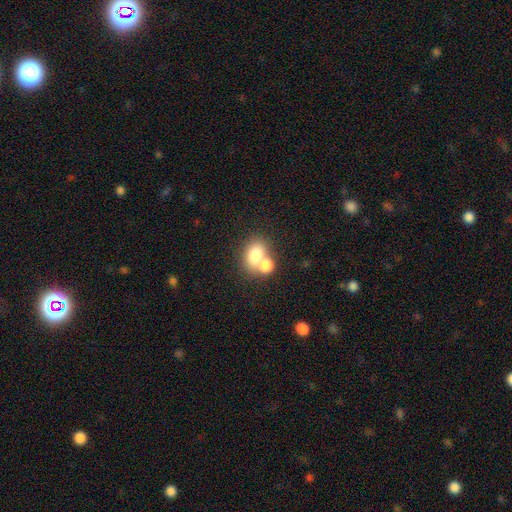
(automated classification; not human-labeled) Q: Smooth or featured?
A: smooth (76%); runner-up: featured or disk (14%)
Q: How rounded?
A: in between (63%); runner-up: round (36%)
Q: Merging?
A: merger (54%); runner-up: none (34%)